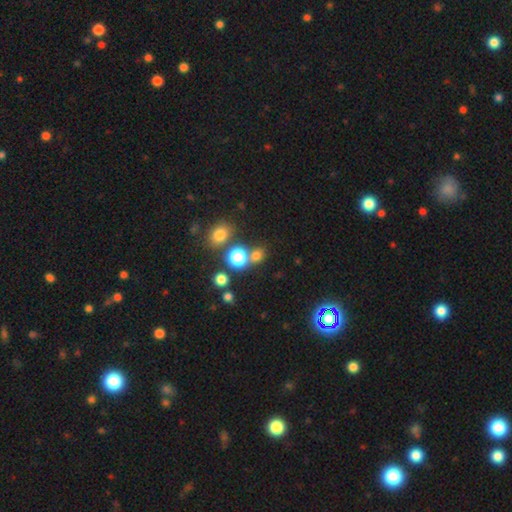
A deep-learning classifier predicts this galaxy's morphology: smooth 71%, star or artifact 23%, featured or disk 7%. Down the decision tree: how rounded — round (77%); merging — none (65%).